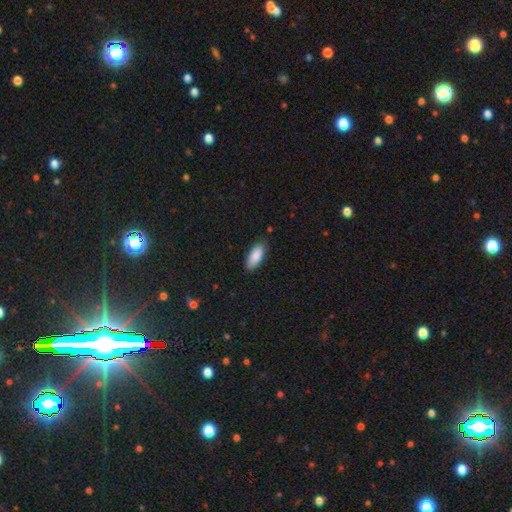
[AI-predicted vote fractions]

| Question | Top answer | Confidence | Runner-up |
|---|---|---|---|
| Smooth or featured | smooth | 85% | featured or disk (9%) |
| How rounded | in between | 81% | cigar-shaped (17%) |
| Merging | none | 86% | minor disturbance (11%) |